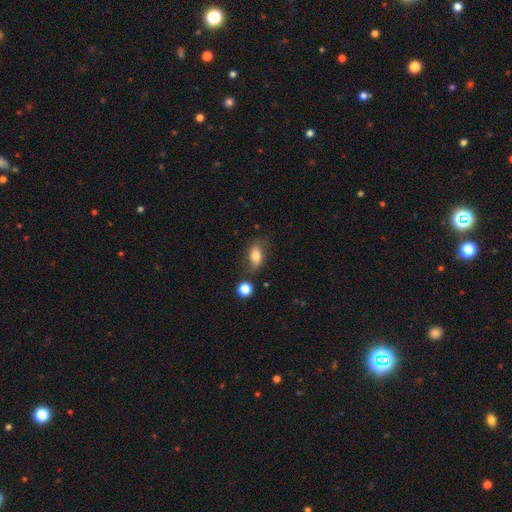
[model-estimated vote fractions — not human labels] This is likely a smooth galaxy (74%). How rounded: clearly in between (83%). Merging: likely none (66%).